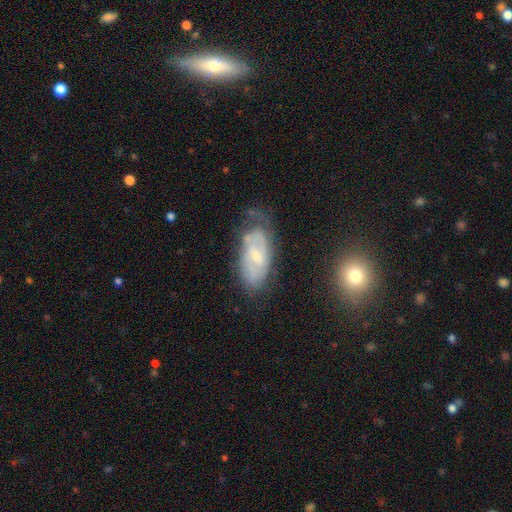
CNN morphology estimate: smooth-or-featured: featured or disk: 70% | smooth: 23% | star or artifact: 7%
  disk-edge-on: no: 94% | yes: 6%
    bar: weak: 47% | no: 41% | strong: 12%
    has-spiral-arms: yes: 80% | no: 20%
      spiral-winding: tight: 51% | medium: 36% | loose: 13%
      spiral-arm-count: 2: 44% | can't tell: 41% | 3: 6% | 1: 4% | 4: 2% | more than 4: 2%
    bulge-size: small: 66% | moderate: 30% | none: 3% | large: 1% | dominant: 1%
  merging: none: 55% | minor disturbance: 28% | major disturbance: 12% | merger: 4%